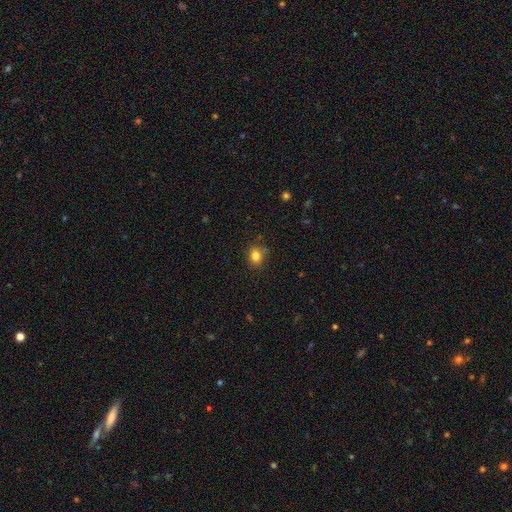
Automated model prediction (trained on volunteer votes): A smooth galaxy with no disk features (82%) that is round (69%). Merging: none (82%).